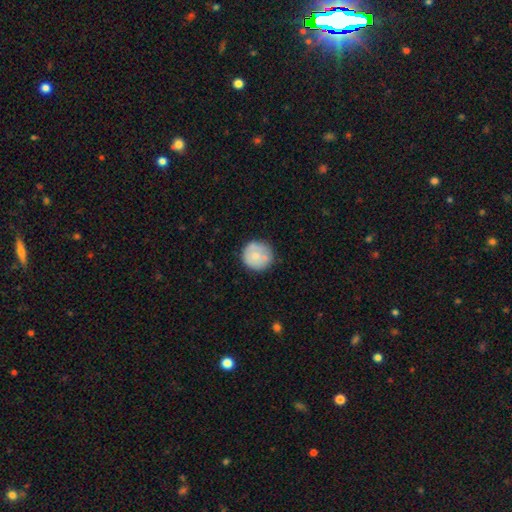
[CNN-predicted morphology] smooth_or_featured: smooth (p=0.70) [alt: featured or disk p=0.23]
how_rounded: round (p=0.94) [alt: in between p=0.05]
merging: none (p=0.73) [alt: minor disturbance p=0.17]